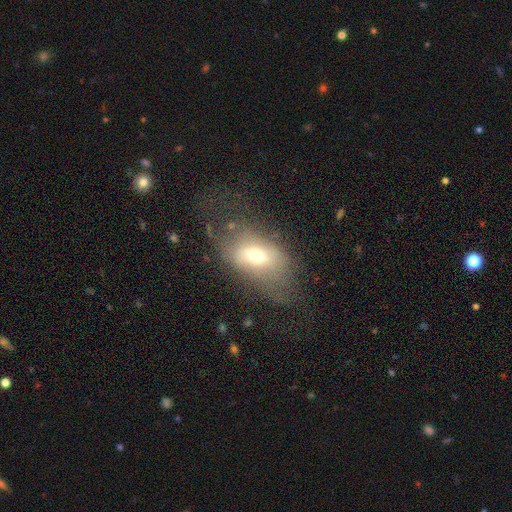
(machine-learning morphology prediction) This is possibly a smooth galaxy (55%). How rounded: clearly in between (87%). Merging: marginally none (40%).